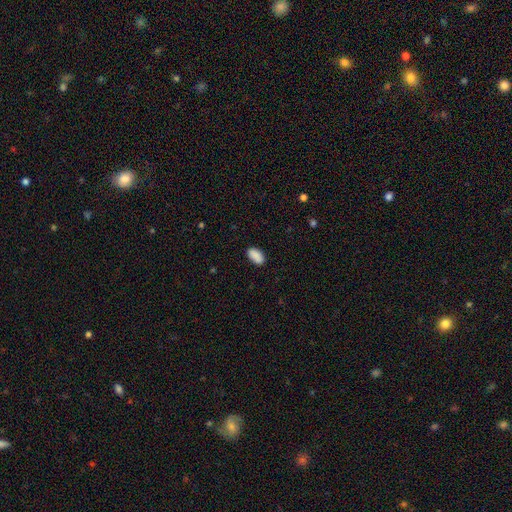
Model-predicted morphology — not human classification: The model was most divided on "merging": none: 86%, minor disturbance: 10%, major disturbance: 2%, merger: 1%. More confident: how rounded — in between (94%); smooth or featured — smooth (90%).